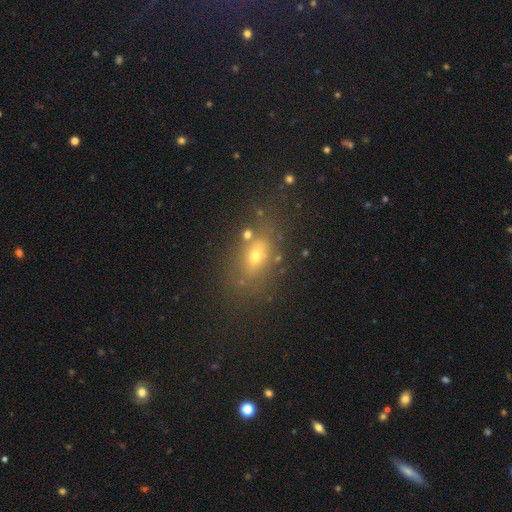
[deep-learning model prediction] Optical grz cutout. It shows a smooth galaxy with no disk features (59%) that is in between round and cigar-shaped (72%). Merging: none (68%).